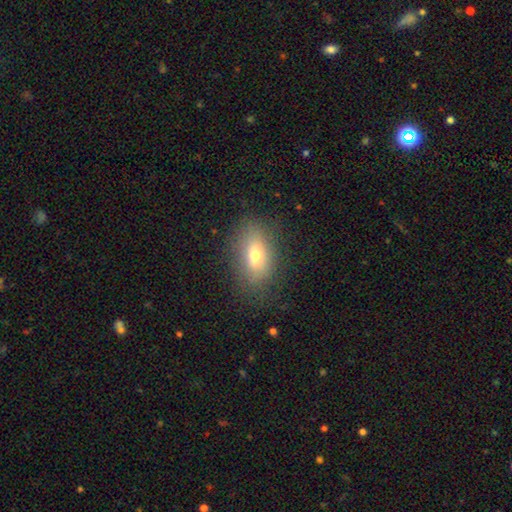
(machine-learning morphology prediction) Smooth or featured: smooth — 70% (featured or disk — 19%)
How rounded: in between — 84% (round — 11%)
Merging: none — 82% (minor disturbance — 12%)